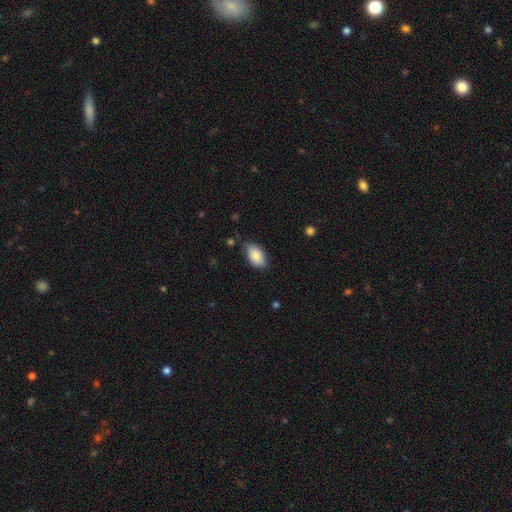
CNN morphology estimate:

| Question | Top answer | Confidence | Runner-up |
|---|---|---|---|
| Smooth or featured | smooth | 85% | featured or disk (8%) |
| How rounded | in between | 94% | round (4%) |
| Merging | none | 75% | minor disturbance (20%) |